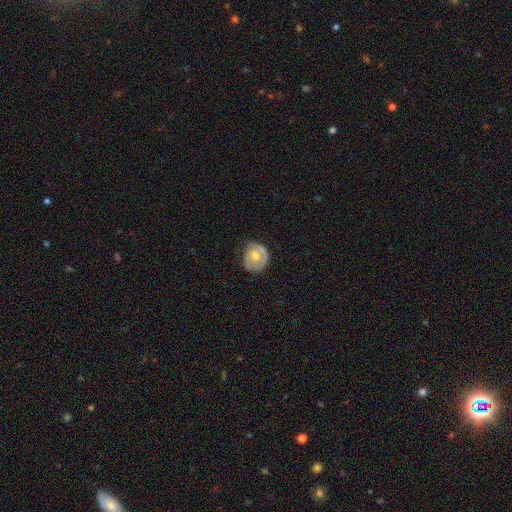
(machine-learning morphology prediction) smooth-or-featured: featured or disk: 53% | smooth: 41% | star or artifact: 6%
  disk-edge-on: no: 97% | yes: 3%
    bar: no: 82% | weak: 15% | strong: 3%
    has-spiral-arms: yes: 63% | no: 37%
    bulge-size: moderate: 68% | small: 25% | large: 4% | none: 2% | dominant: 1%
  merging: none: 58% | minor disturbance: 30% | major disturbance: 11% | merger: 2%